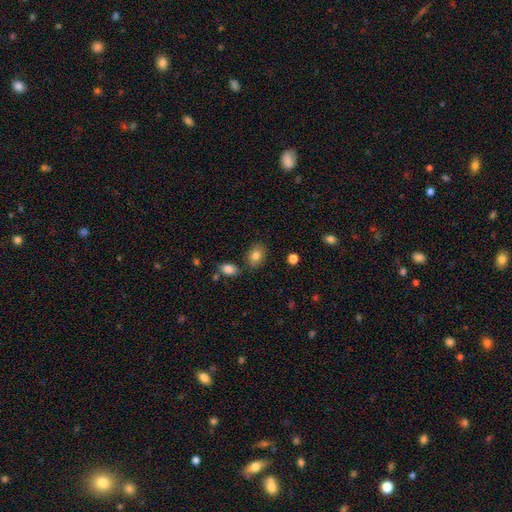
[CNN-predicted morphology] This appears to be a smooth galaxy with no disk features (81%) that is in between round and cigar-shaped (72%). Merging: none (77%).